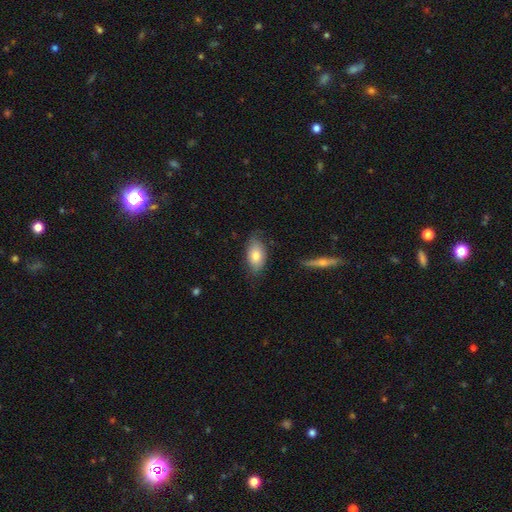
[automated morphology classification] Smooth or featured? Predicted: smooth (p=0.75). How rounded? Predicted: in between (p=0.92). Merging? Predicted: none (p=0.67).